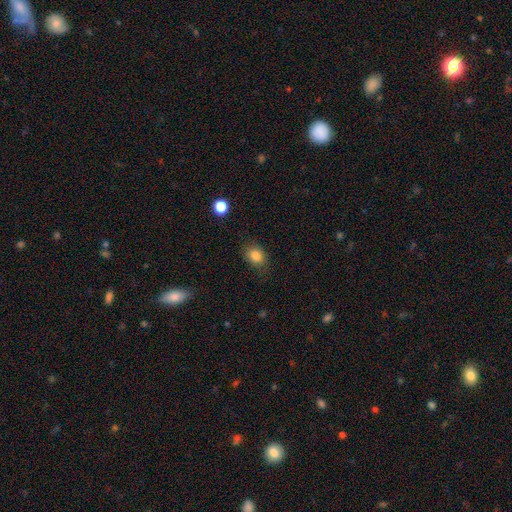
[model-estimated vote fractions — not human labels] Smooth or featured?
  - smooth: 83% *
  - star or artifact: 10%
  - featured or disk: 7%
How rounded?
  - in between: 58% *
  - round: 41%
  - cigar-shaped: 1%
Merging?
  - none: 76% *
  - minor disturbance: 18%
  - major disturbance: 5%
  - merger: 1%